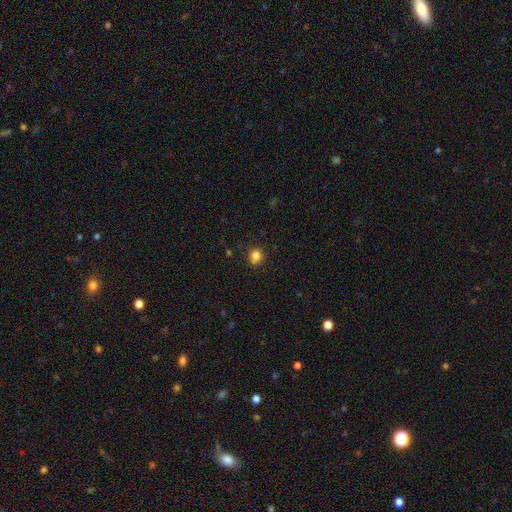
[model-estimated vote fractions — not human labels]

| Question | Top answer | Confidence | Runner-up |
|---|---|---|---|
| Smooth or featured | smooth | 80% | star or artifact (13%) |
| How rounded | round | 72% | in between (27%) |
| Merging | none | 71% | minor disturbance (18%) |